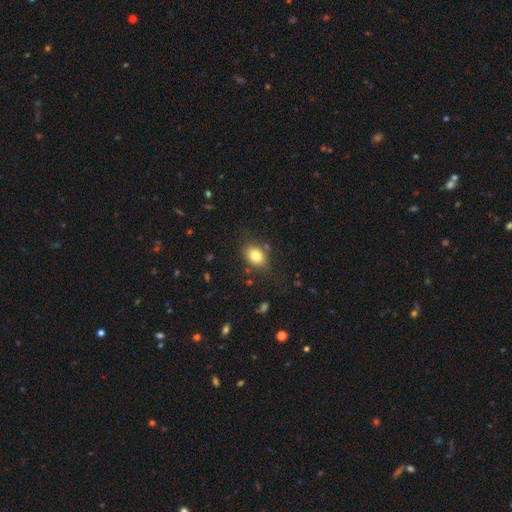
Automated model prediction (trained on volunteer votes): The model was most divided on "how rounded": in between: 67%, round: 32%, cigar-shaped: 1%. More confident: smooth or featured — smooth (82%); merging — none (79%).